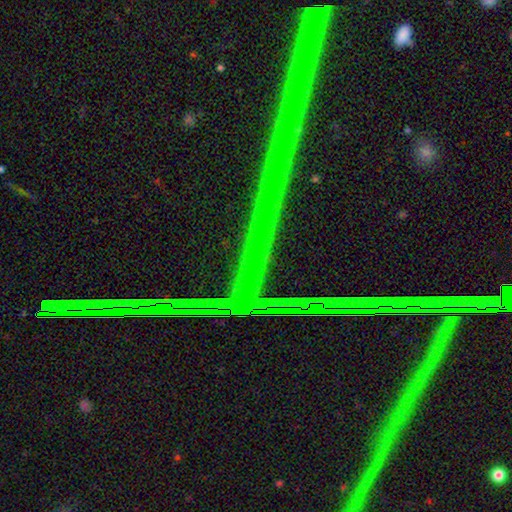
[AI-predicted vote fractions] Morphology: type=star or artifact (84%).